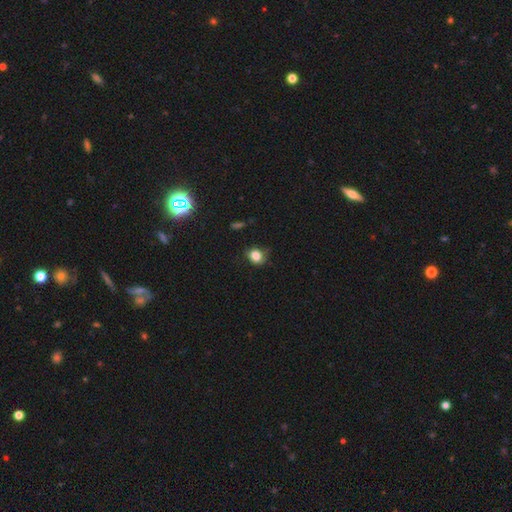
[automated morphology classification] This appears to be a smooth galaxy with no disk features (82%) that is round (65%). Merging: none (63%).